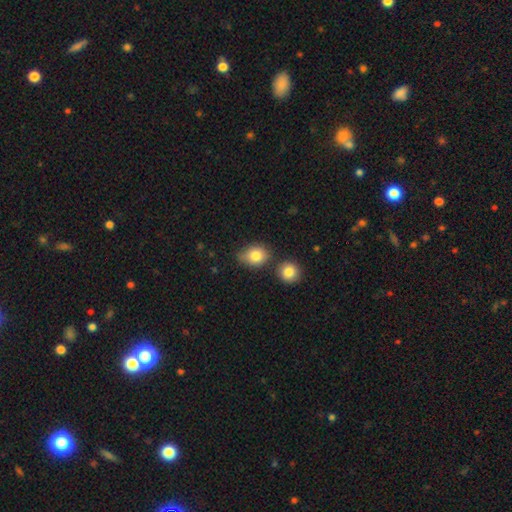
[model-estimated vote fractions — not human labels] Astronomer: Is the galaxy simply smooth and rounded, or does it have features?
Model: smooth — 82%.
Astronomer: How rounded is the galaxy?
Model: in between — 57% (runner-up: round, 42%).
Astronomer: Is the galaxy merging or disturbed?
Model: none — 64%.